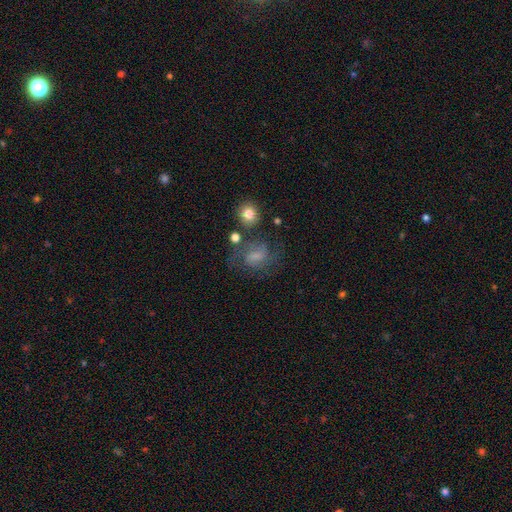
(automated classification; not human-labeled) A featured or disk galaxy (55%) with a weak bar (51%), spiral arms (85%) and a small central bulge (39%). Merging: none (56%).